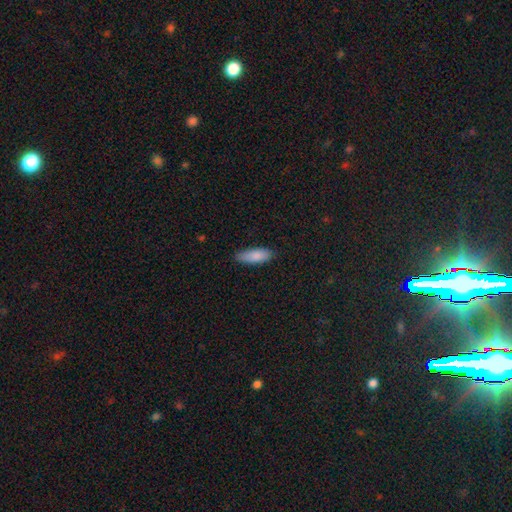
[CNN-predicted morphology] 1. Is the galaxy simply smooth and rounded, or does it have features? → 87% smooth, 7% featured or disk, 6% star or artifact.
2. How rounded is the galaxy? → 66% in between, 32% cigar-shaped, 2% round.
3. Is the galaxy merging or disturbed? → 84% none, 13% minor disturbance, 2% major disturbance, 1% merger.